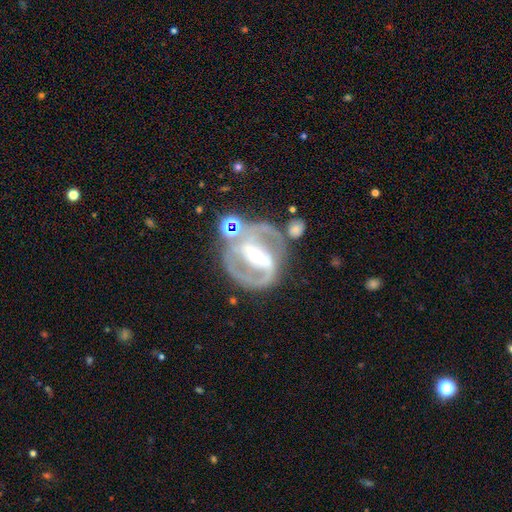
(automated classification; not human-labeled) featured or disk 86%, smooth 8%, star or artifact 6%. Down the decision tree: edge-on disk — no (96%); bar — strong (64%); spiral arms — yes (88%); spiral arm count — 2 (80%); spiral winding — medium (48%); bulge size — moderate (49%); merging — none (63%).